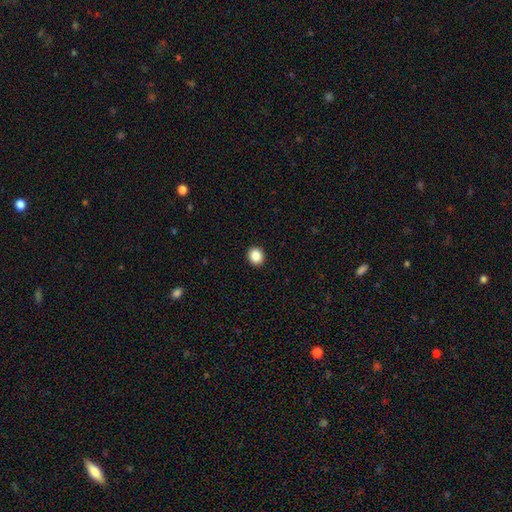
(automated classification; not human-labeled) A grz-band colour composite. It shows a smooth galaxy with no disk features (87%) that is round (76%). Merging: none (93%).